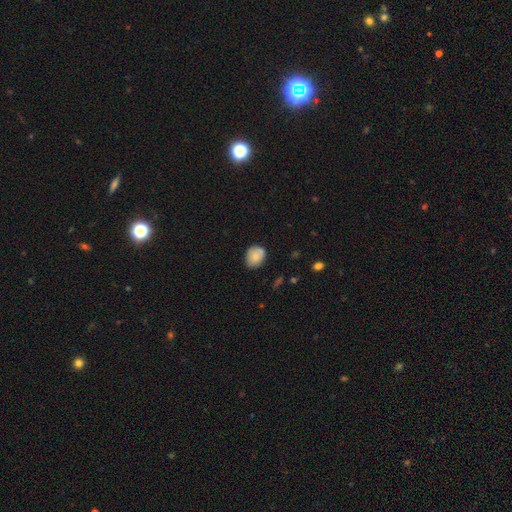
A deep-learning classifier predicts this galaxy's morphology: This appears to be a smooth galaxy with no disk features (79%) that is in between round and cigar-shaped (55%). Merging: none (69%).